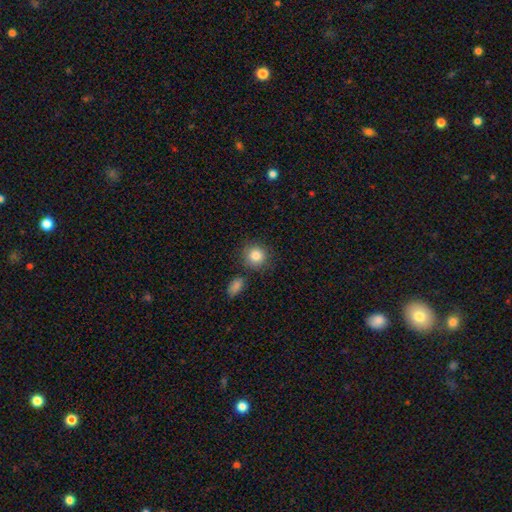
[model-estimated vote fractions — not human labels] A smooth galaxy with no disk features (84%) that is round (88%).

Vote fractions:
- Smooth or featured? smooth: 84% / star or artifact: 9% / featured or disk: 7%
- How rounded? round: 88% / in between: 11% / cigar-shaped: 1%
- Merging? none: 81% / minor disturbance: 10% / merger: 6% / major disturbance: 3%